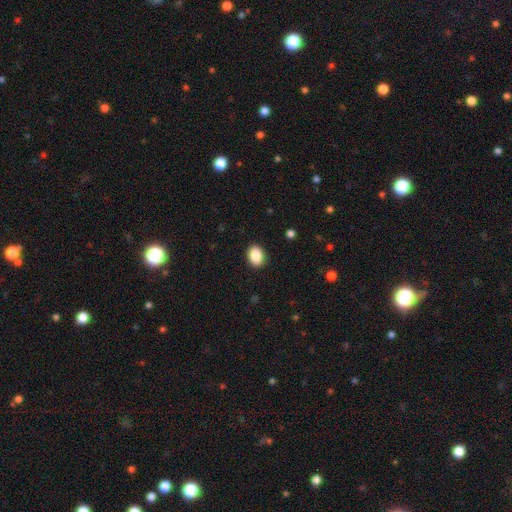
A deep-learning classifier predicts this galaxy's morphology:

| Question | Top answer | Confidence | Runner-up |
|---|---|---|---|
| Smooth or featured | smooth | 88% | star or artifact (8%) |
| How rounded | in between | 67% | round (32%) |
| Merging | none | 90% | minor disturbance (7%) |